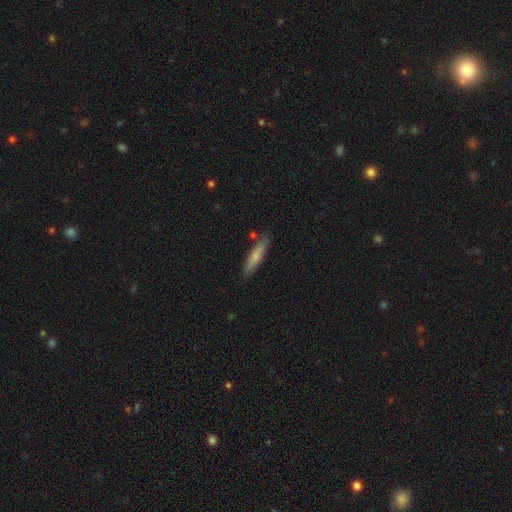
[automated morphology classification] smooth 73%, featured or disk 21%, star or artifact 6%. Down the decision tree: how rounded — cigar-shaped (87%); merging — none (82%).